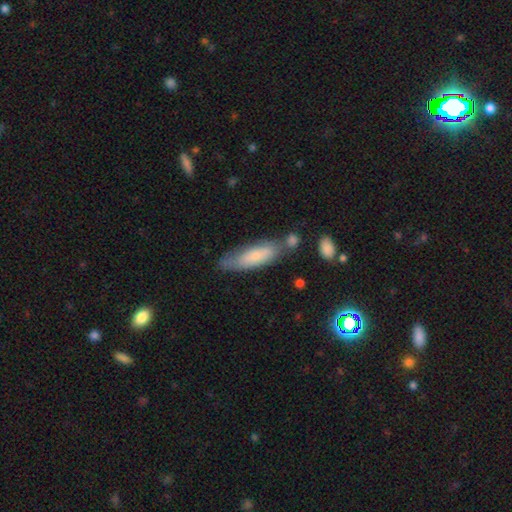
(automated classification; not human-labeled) Overall: smooth (68%). How rounded: cigar-shaped (55%; in between 43%). Merging: none (59%; minor disturbance 23%).